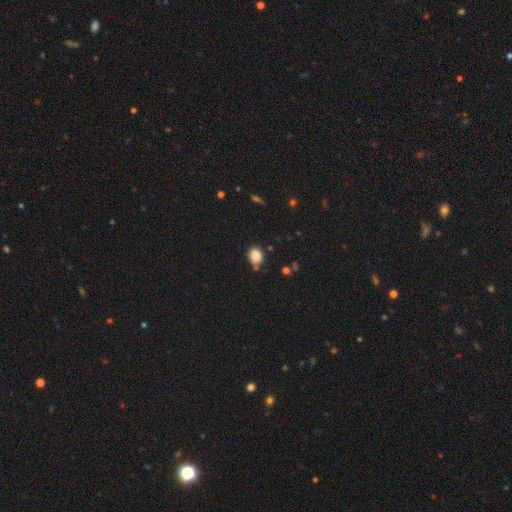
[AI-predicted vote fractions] This appears to be a smooth galaxy with no disk features (85%) that is round (58%). Merging: none (68%).